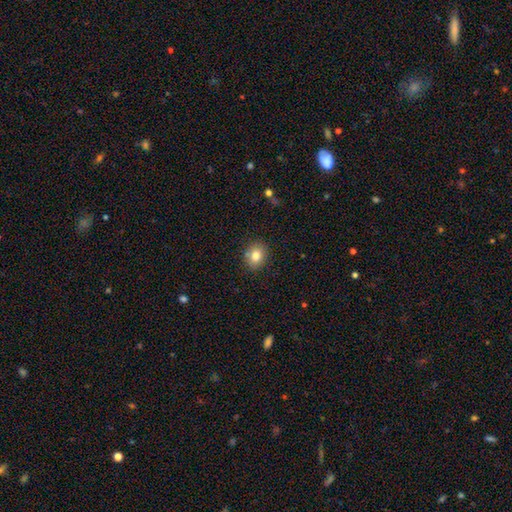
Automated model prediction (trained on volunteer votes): A smooth galaxy with no disk features (81%) that is round (54%).

Vote fractions:
- Smooth or featured? smooth: 81% / star or artifact: 10% / featured or disk: 9%
- How rounded? round: 54% / in between: 45% / cigar-shaped: 1%
- Merging? none: 85% / minor disturbance: 10% / merger: 3% / major disturbance: 2%